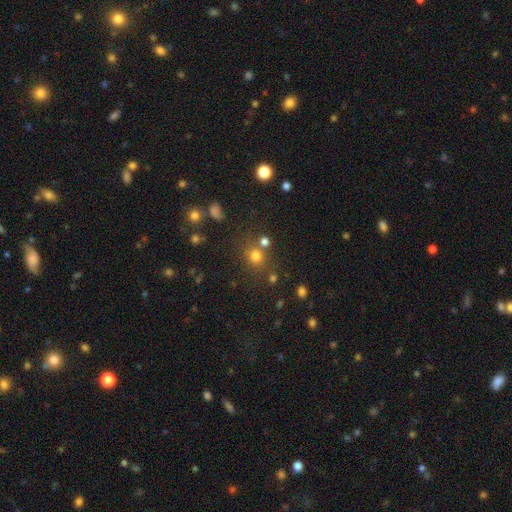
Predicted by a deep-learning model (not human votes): Smooth or featured? smooth (73%)
How rounded? round (85%)
Merging? none (70%)